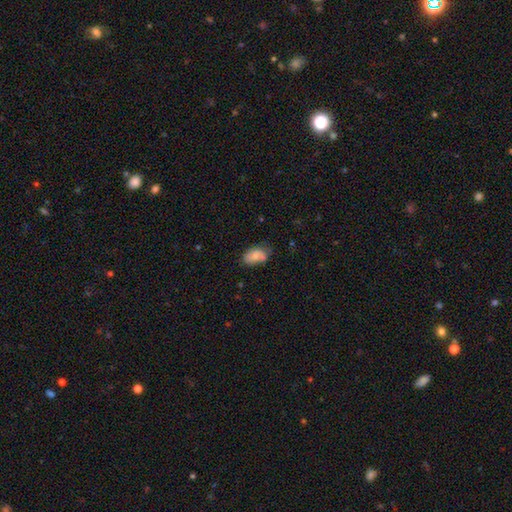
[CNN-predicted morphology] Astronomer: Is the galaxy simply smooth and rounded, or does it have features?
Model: smooth — 75%.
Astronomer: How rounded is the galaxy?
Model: in between — 90%.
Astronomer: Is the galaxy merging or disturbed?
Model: none — 52% (runner-up: minor disturbance, 29%).